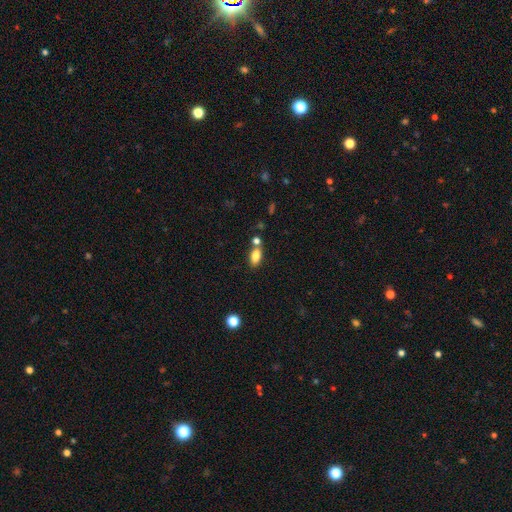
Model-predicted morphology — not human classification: smooth_or_featured: smooth (p=0.83) [alt: star or artifact p=0.09]
how_rounded: in between (p=0.89) [alt: round p=0.07]
merging: none (p=0.65) [alt: merger p=0.20]